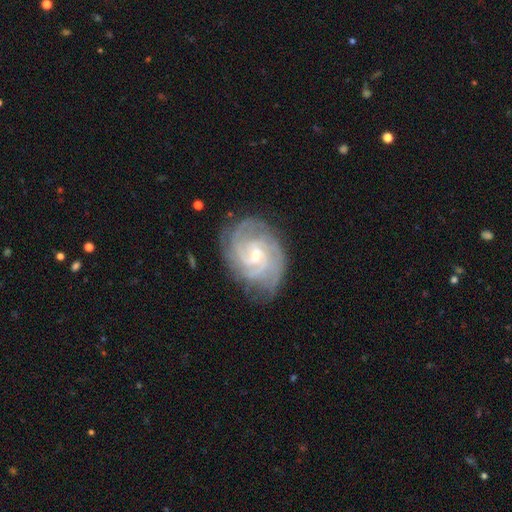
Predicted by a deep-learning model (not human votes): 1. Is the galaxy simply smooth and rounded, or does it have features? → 90% featured or disk, 5% star or artifact, 5% smooth.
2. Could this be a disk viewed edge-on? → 97% no, 3% yes.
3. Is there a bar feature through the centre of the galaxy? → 49% weak, 40% no, 11% strong.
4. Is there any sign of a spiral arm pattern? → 98% yes, 2% no.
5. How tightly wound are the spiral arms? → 69% tight, 27% medium, 4% loose.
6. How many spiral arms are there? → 24% 3, 22% can't tell, 21% 4, 19% 2, 7% more than 4, 6% 1.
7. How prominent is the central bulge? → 60% small, 37% moderate, 1% none, 1% large, 1% dominant.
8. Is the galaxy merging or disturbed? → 78% none, 16% minor disturbance, 5% major disturbance, 1% merger.